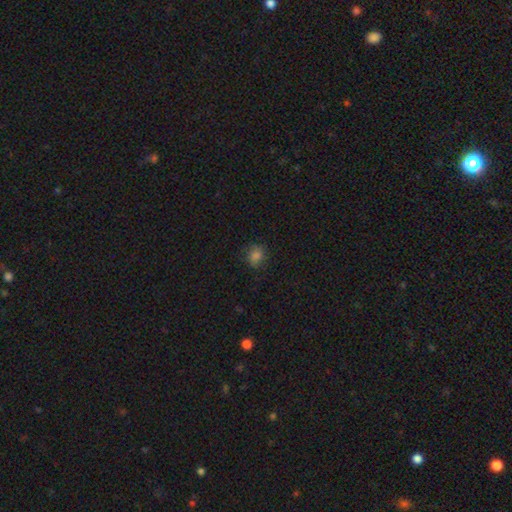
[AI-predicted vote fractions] smooth 75%, star or artifact 16%, featured or disk 8%. Down the decision tree: how rounded — round (57%); merging — none (75%).